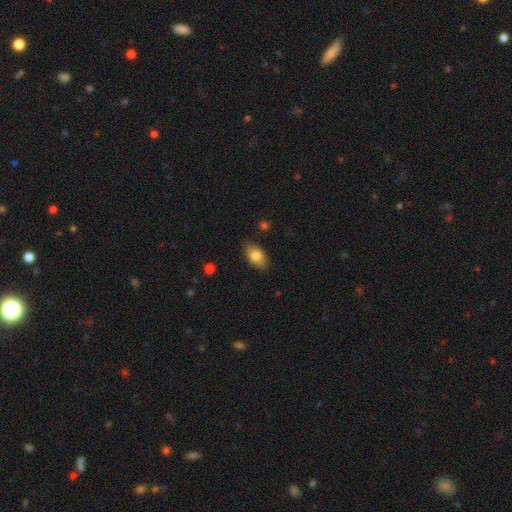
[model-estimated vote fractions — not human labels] The model was most divided on "smooth or featured": smooth: 80%, featured or disk: 13%, star or artifact: 7%. More confident: how rounded — in between (90%); merging — none (83%).